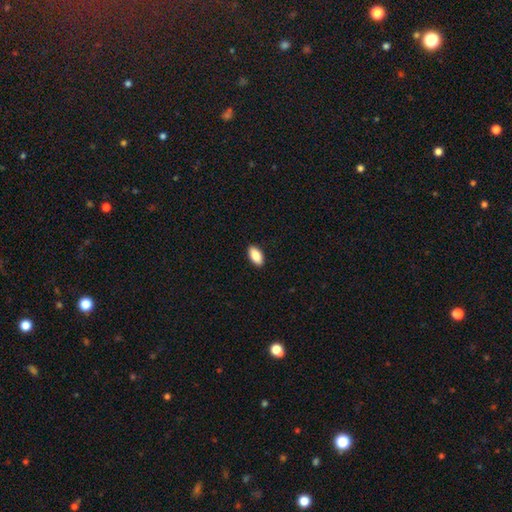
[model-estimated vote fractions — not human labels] Smooth or featured? smooth (89%)
How rounded? in between (92%)
Merging? none (91%)